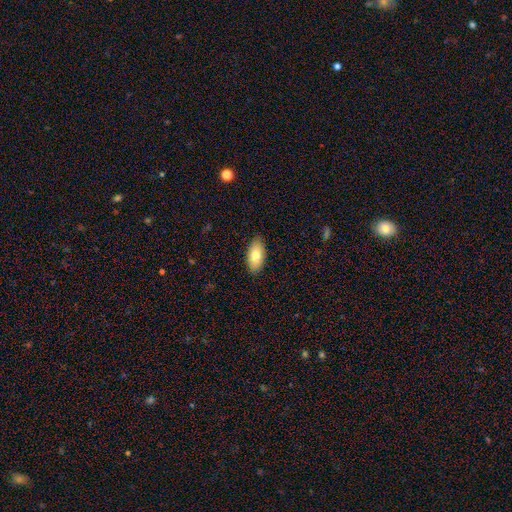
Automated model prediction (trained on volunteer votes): Smooth or featured: smooth — 77% (featured or disk — 16%)
How rounded: in between — 92% (cigar-shaped — 5%)
Merging: none — 88% (minor disturbance — 10%)